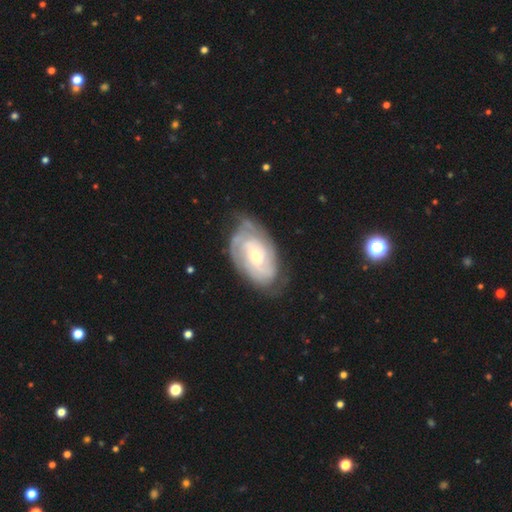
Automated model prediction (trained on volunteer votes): The model was most divided on "bulge size": small: 53%, moderate: 43%, large: 2%, none: 1%, dominant: 1%. Remaining: edge-on disk — no (95%); spiral arms — yes (91%); smooth or featured — featured or disk (79%); spiral winding — tight (69%); bar — no (66%); merging — none (63%); spiral arm count — can't tell (41%).